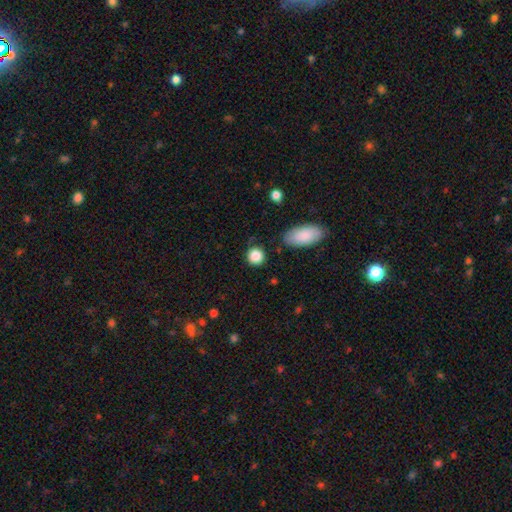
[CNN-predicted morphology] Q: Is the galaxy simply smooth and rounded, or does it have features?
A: smooth — 87%.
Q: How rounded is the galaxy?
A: round — 87%.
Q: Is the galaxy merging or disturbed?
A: none — 82%.